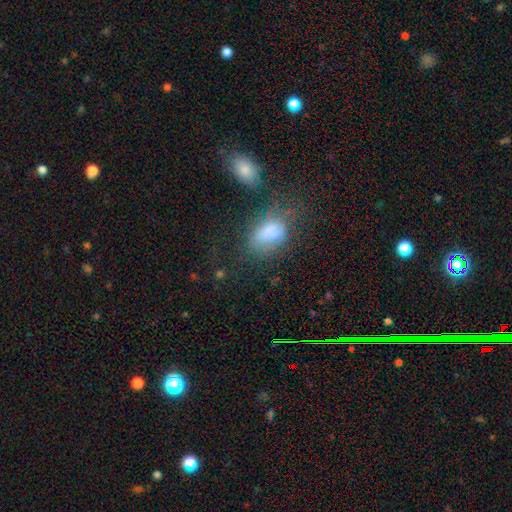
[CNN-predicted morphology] Q: Smooth or featured?
A: smooth (59%); runner-up: star or artifact (24%)
Q: How rounded?
A: in between (84%); runner-up: round (12%)
Q: Merging?
A: none (65%); runner-up: minor disturbance (18%)